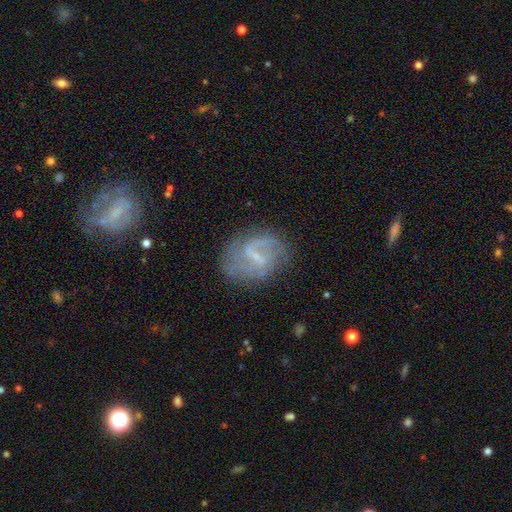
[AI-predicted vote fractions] Q: Smooth or featured?
A: featured or disk (79%); runner-up: smooth (13%)
Q: Edge-on disk?
A: no (97%); runner-up: yes (3%)
Q: Bar?
A: weak (57%); runner-up: strong (29%)
Q: Spiral arms?
A: yes (87%); runner-up: no (13%)
Q: Spiral winding?
A: medium (44%); runner-up: loose (32%)
Q: Spiral arm count?
A: 2 (69%); runner-up: can't tell (18%)
Q: Bulge size?
A: small (62%); runner-up: none (22%)
Q: Merging?
A: none (68%); runner-up: minor disturbance (19%)